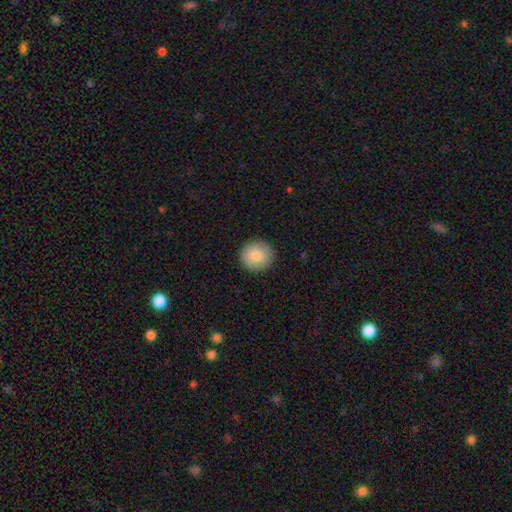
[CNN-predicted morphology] Smooth or featured? smooth (79%)
How rounded? round (92%)
Merging? none (90%)